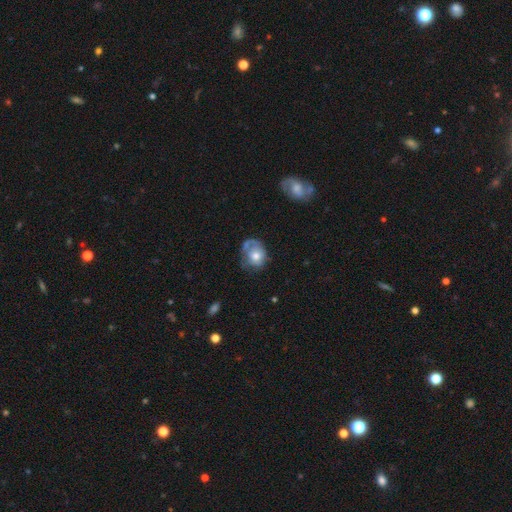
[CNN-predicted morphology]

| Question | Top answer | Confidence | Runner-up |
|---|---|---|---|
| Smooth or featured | smooth | 51% | featured or disk (42%) |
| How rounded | round | 53% | in between (46%) |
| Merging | none | 40% | minor disturbance (29%) |